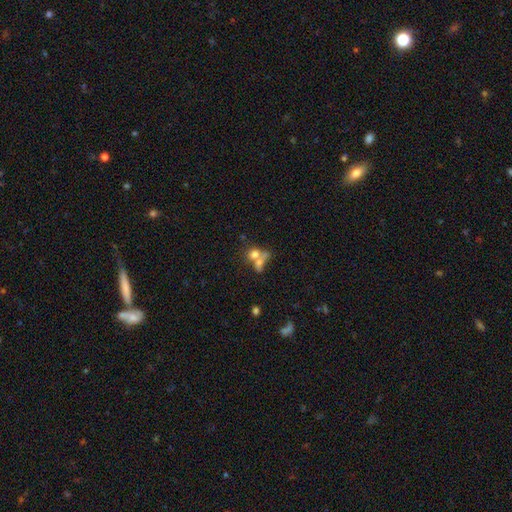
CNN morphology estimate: Smooth or featured?
  - smooth: 65% *
  - featured or disk: 21%
  - star or artifact: 13%
How rounded?
  - round: 58% *
  - in between: 38%
  - cigar-shaped: 4%
Merging?
  - merger: 59% *
  - none: 26%
  - minor disturbance: 8%
  - major disturbance: 7%